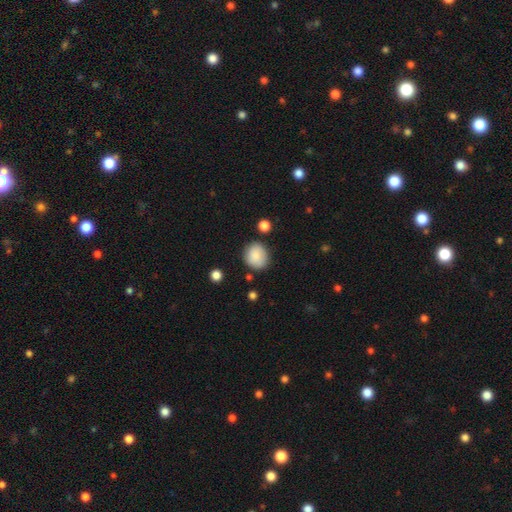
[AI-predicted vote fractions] The model was most divided on "how rounded": round: 81%, in between: 18%, cigar-shaped: 1%. More confident: smooth or featured — smooth (86%); merging — none (81%).